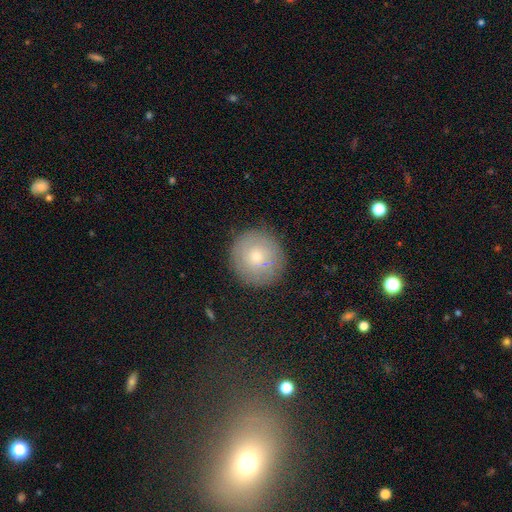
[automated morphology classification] A smooth galaxy with no disk features (61%) that is round (93%). Merging: none (86%).